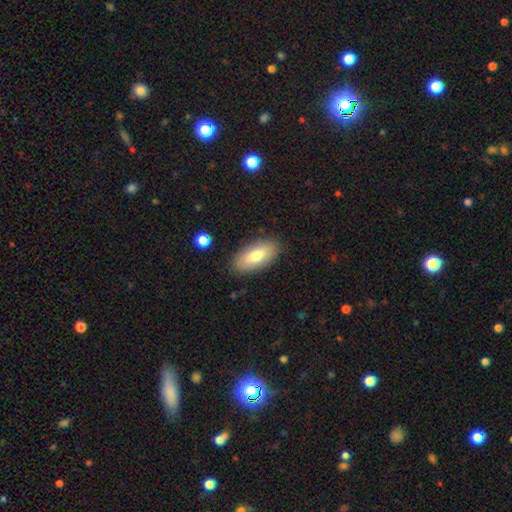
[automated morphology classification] Overall: smooth (76%). How rounded: in between (89%). Merging: none (86%).